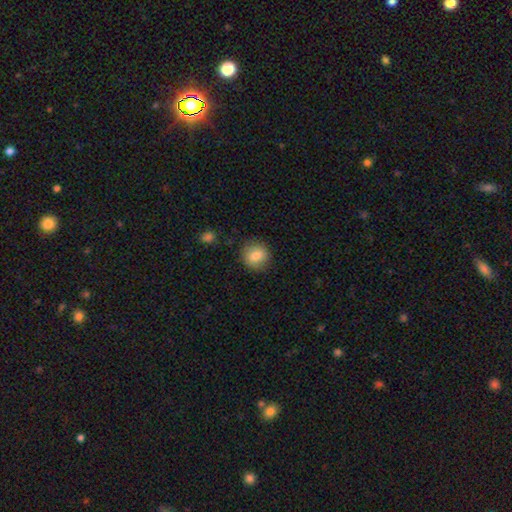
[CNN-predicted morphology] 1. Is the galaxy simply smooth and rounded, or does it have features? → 80% smooth, 11% featured or disk, 9% star or artifact.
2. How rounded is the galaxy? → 88% round, 12% in between, 1% cigar-shaped.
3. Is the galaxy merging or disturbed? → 86% none, 10% minor disturbance, 3% major disturbance, 1% merger.